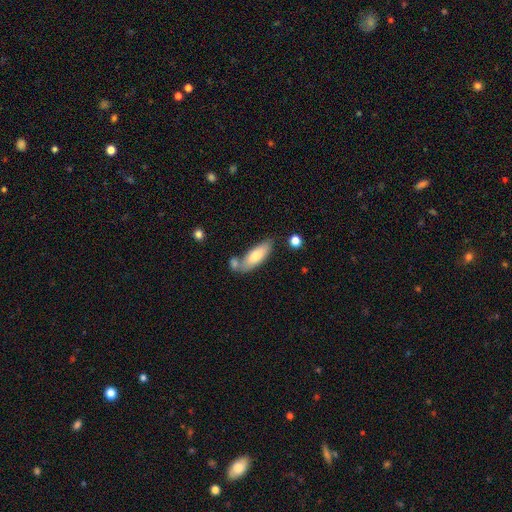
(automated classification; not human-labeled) smooth_or_featured: smooth (p=0.71) [alt: featured or disk p=0.23]
how_rounded: in between (p=0.64) [alt: cigar-shaped p=0.34]
merging: none (p=0.57) [alt: merger p=0.22]